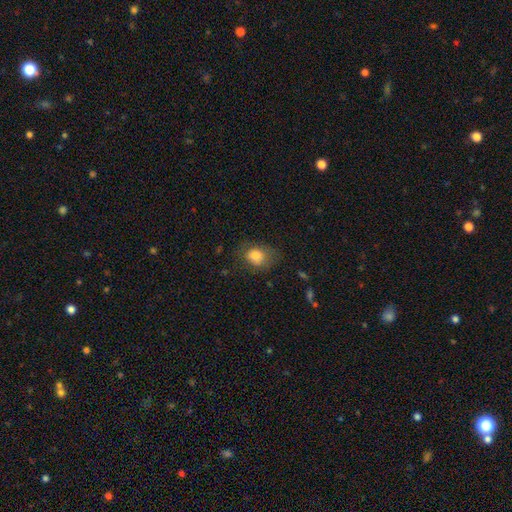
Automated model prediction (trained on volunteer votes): A smooth galaxy with no disk features (80%) that is in between round and cigar-shaped (58%). Merging: none (62%).